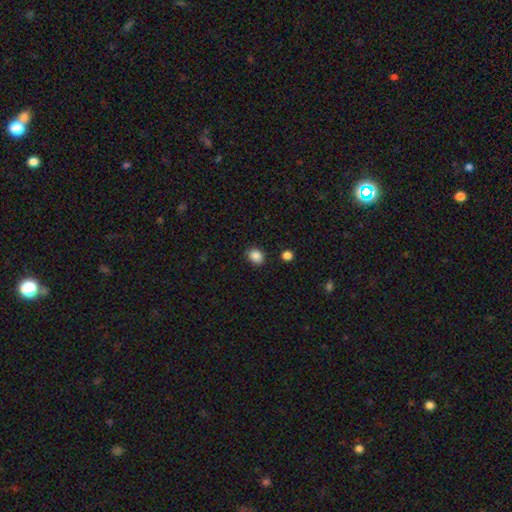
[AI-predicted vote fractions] Overall: smooth (87%). How rounded: round (52%; in between 47%). Merging: none (85%).